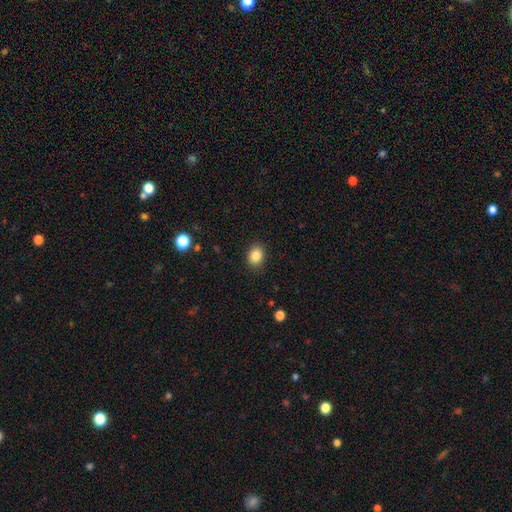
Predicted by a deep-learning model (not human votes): A smooth galaxy with no disk features (86%) that is in between round and cigar-shaped (59%). Merging: none (89%).